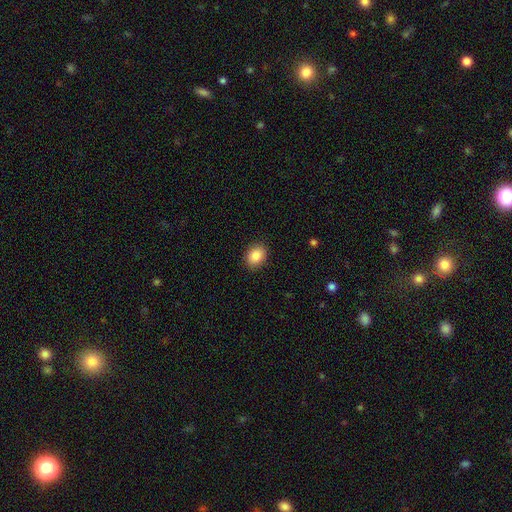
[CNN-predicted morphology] This appears to be a smooth galaxy with no disk features (86%) that is in between round and cigar-shaped (55%). Merging: none (89%).